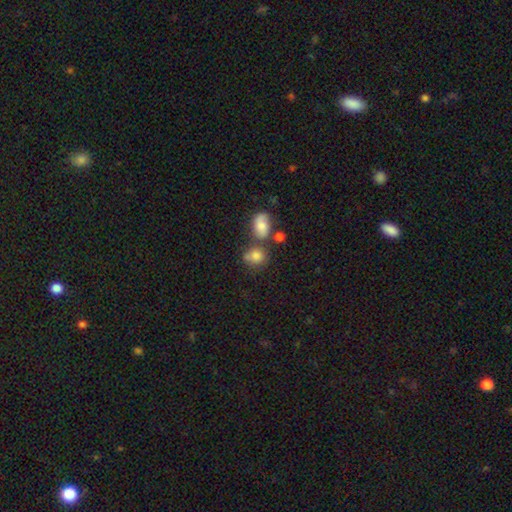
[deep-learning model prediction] This is likely a smooth galaxy (79%). How rounded: likely round (66%). Merging: possibly none (51%).